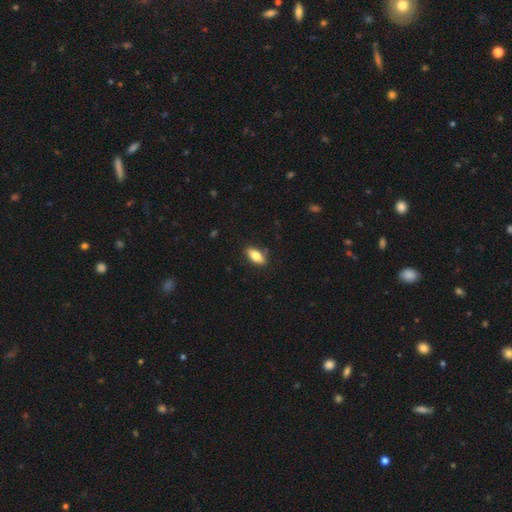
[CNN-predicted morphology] Smooth or featured: smooth — 76% (featured or disk — 17%)
How rounded: in between — 83% (cigar-shaped — 13%)
Merging: none — 85% (minor disturbance — 11%)